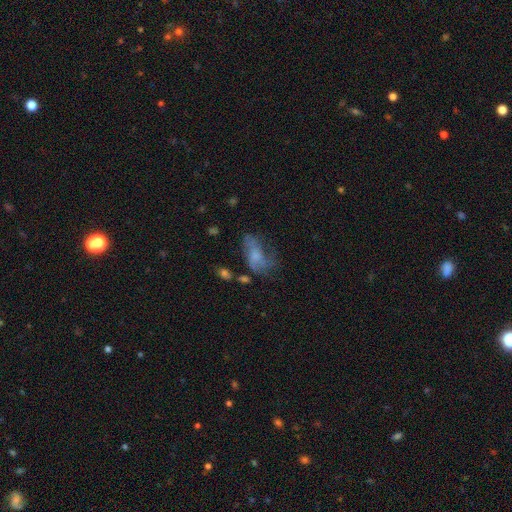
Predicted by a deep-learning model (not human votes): A featured or disk galaxy (47%).

Vote fractions:
- Smooth or featured? featured or disk: 47% / smooth: 41% / star or artifact: 11%
- Merging? none: 36% / major disturbance: 34% / minor disturbance: 23% / merger: 7%